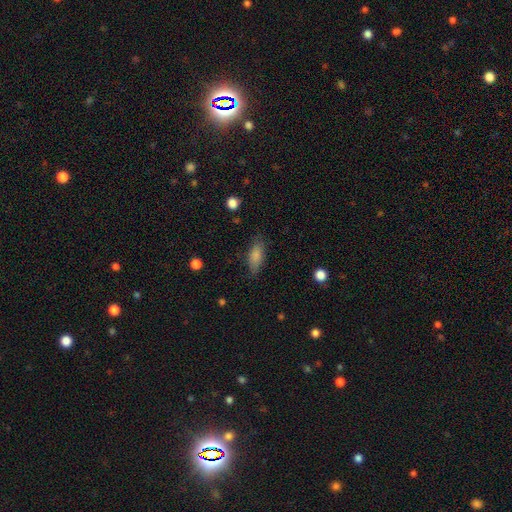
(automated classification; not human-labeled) The model was most divided on "how rounded": in between: 76%, cigar-shaped: 22%, round: 3%. More confident: smooth or featured — smooth (82%); merging — none (78%).